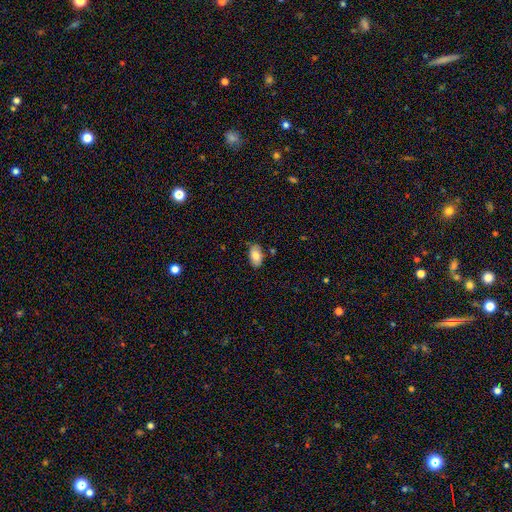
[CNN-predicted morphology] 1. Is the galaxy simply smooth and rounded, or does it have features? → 83% smooth, 10% featured or disk, 7% star or artifact.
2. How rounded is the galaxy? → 93% in between, 5% round, 2% cigar-shaped.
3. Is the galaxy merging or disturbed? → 78% none, 16% minor disturbance, 3% merger, 3% major disturbance.